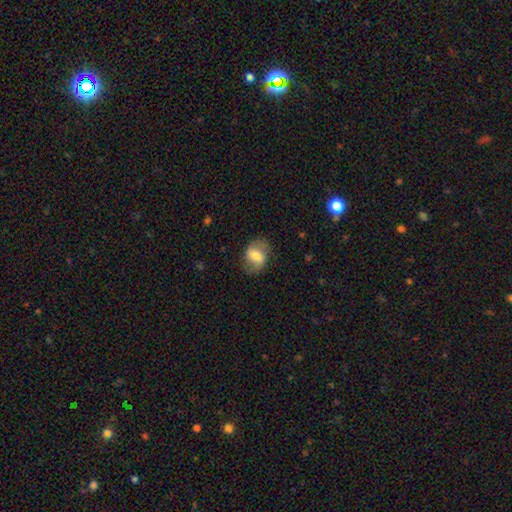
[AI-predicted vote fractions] smooth_or_featured: smooth (p=0.53) [alt: featured or disk p=0.40]
how_rounded: in between (p=0.68) [alt: round p=0.30]
merging: none (p=0.74) [alt: minor disturbance p=0.17]